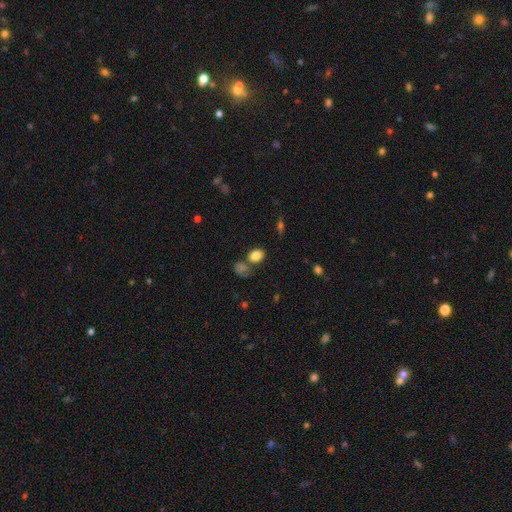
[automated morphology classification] A smooth galaxy with no disk features (83%) that is in between round and cigar-shaped (66%). Merging: none (59%).